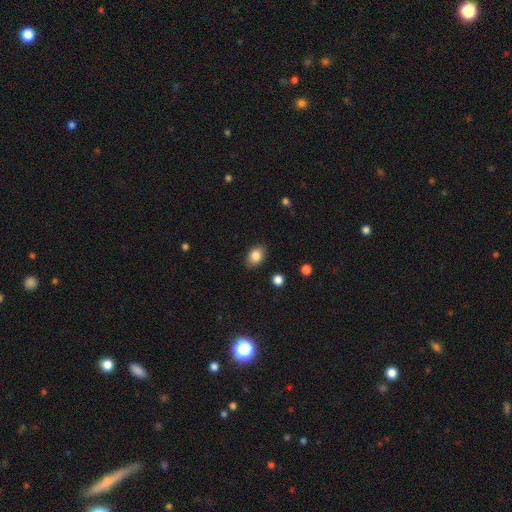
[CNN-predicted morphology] smooth 86%, star or artifact 9%, featured or disk 6%. Down the decision tree: how rounded — in between (73%); merging — none (86%).